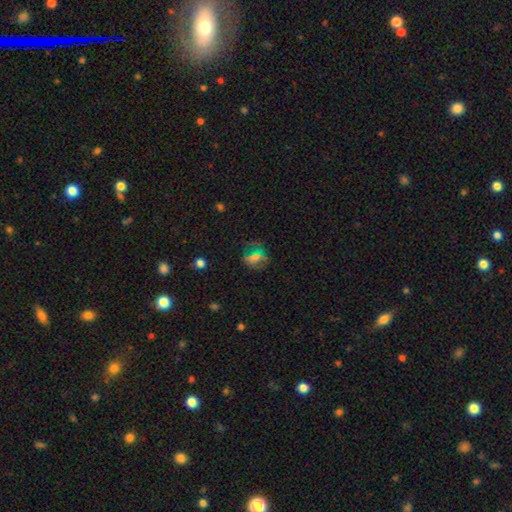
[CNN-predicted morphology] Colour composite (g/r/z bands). It shows a smooth galaxy with no disk features (49%). Merging: none (70%).